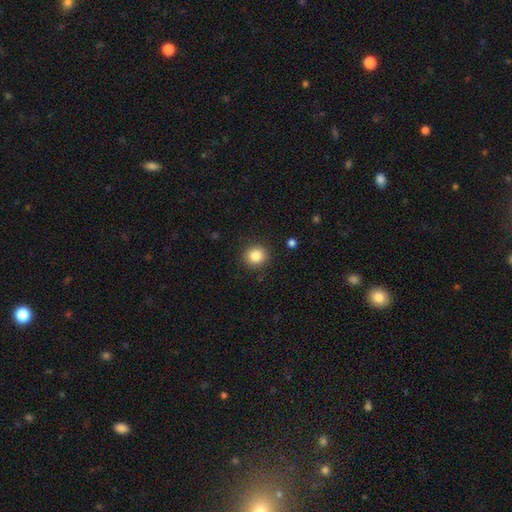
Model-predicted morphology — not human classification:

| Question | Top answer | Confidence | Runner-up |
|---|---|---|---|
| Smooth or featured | smooth | 84% | star or artifact (11%) |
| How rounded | round | 92% | in between (8%) |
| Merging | none | 90% | minor disturbance (7%) |